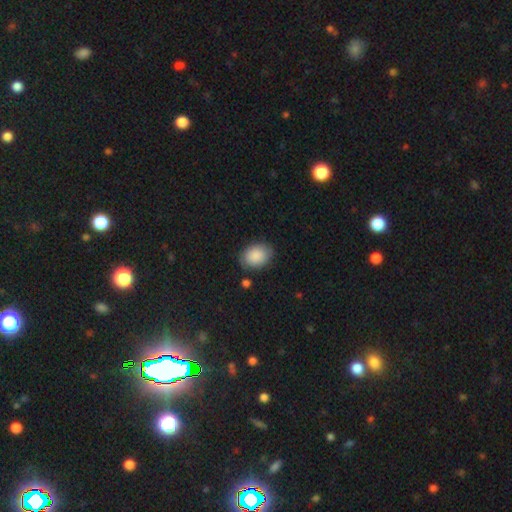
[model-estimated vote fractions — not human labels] Q: Smooth or featured?
A: smooth (88%); runner-up: star or artifact (7%)
Q: How rounded?
A: in between (73%); runner-up: round (26%)
Q: Merging?
A: none (81%); runner-up: minor disturbance (14%)